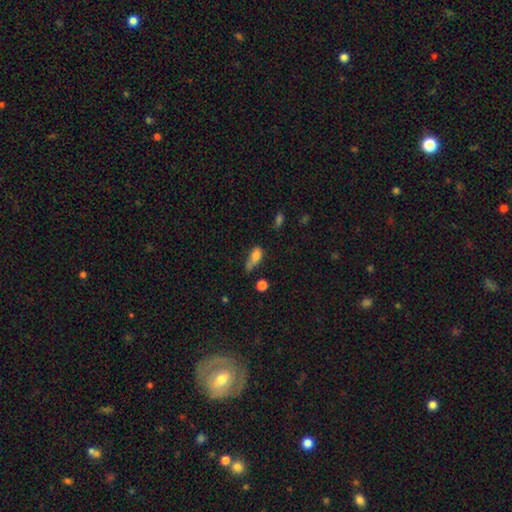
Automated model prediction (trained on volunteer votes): Morphology: type=smooth (76%); roundness=in between (78%); merging=minor disturbance (33%).